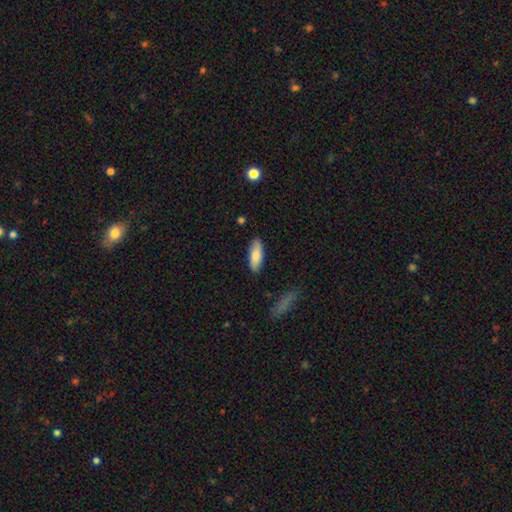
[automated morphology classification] smooth_or_featured: smooth (p=0.84) [alt: featured or disk p=0.10]
how_rounded: in between (p=0.74) [alt: cigar-shaped p=0.25]
merging: none (p=0.86) [alt: minor disturbance p=0.10]